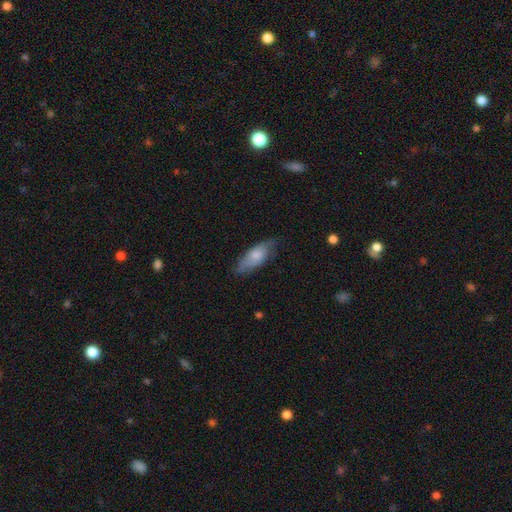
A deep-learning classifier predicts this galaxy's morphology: smooth_or_featured: smooth (p=0.69) [alt: featured or disk p=0.26]
how_rounded: in between (p=0.76) [alt: cigar-shaped p=0.22]
merging: none (p=0.65) [alt: minor disturbance p=0.27]